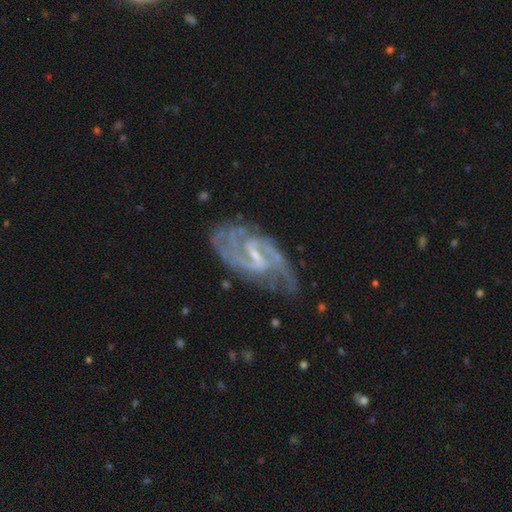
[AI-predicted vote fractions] smooth_or_featured: featured or disk (p=0.90) [alt: star or artifact p=0.06]
disk_edge_on: no (p=0.96) [alt: yes p=0.04]
bar: weak (p=0.54) [alt: strong p=0.31]
has_spiral_arms: yes (p=0.97) [alt: no p=0.03]
spiral_winding: medium (p=0.51) [alt: tight p=0.27]
spiral_arm_count: 2 (p=0.65) [alt: can't tell p=0.12]
bulge_size: small (p=0.69) [alt: moderate p=0.20]
merging: none (p=0.65) [alt: minor disturbance p=0.21]